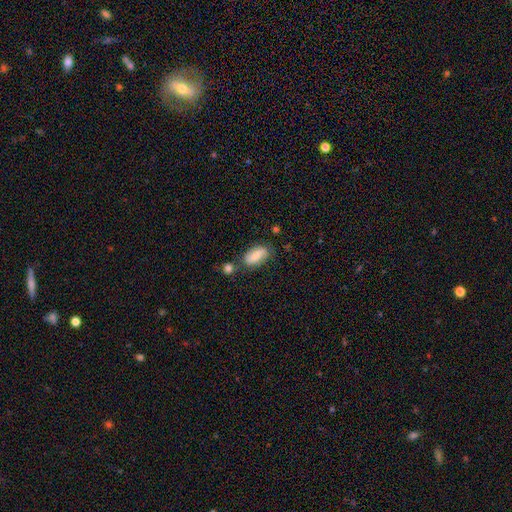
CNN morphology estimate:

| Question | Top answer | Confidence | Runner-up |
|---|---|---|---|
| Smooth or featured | smooth | 61% | featured or disk (31%) |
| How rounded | in between | 89% | cigar-shaped (6%) |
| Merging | none | 64% | minor disturbance (20%) |